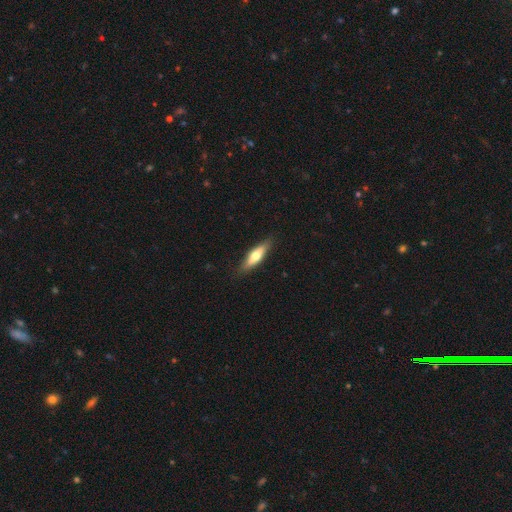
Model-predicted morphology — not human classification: A smooth galaxy with no disk features (59%) that is cigar-shaped (54%).

Vote fractions:
- Smooth or featured? smooth: 59% / featured or disk: 36% / star or artifact: 6%
- How rounded? cigar-shaped: 54% / in between: 44% / round: 2%
- Merging? none: 84% / minor disturbance: 12% / major disturbance: 2% / merger: 1%